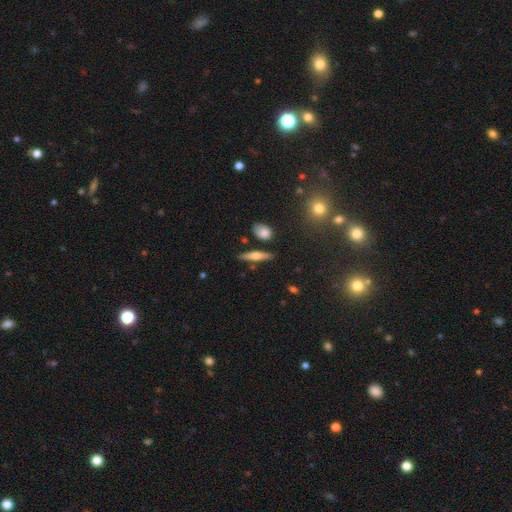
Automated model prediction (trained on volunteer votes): Morphology: type=featured or disk (46%, tied with smooth); merging=none (82%).